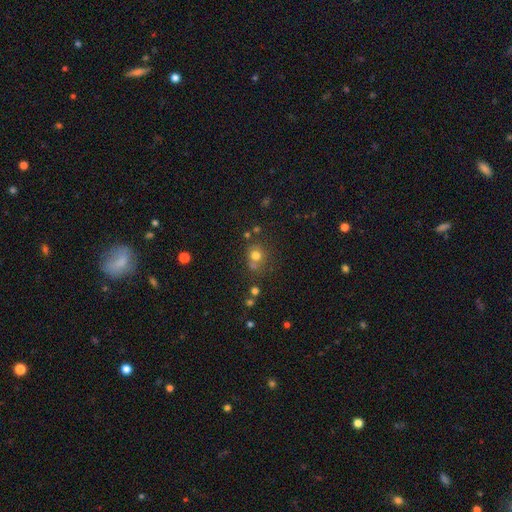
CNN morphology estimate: Smooth or featured?
  - smooth: 72% *
  - star or artifact: 18%
  - featured or disk: 10%
How rounded?
  - round: 83% *
  - in between: 16%
  - cigar-shaped: 1%
Merging?
  - none: 60% *
  - merger: 24%
  - minor disturbance: 11%
  - major disturbance: 5%